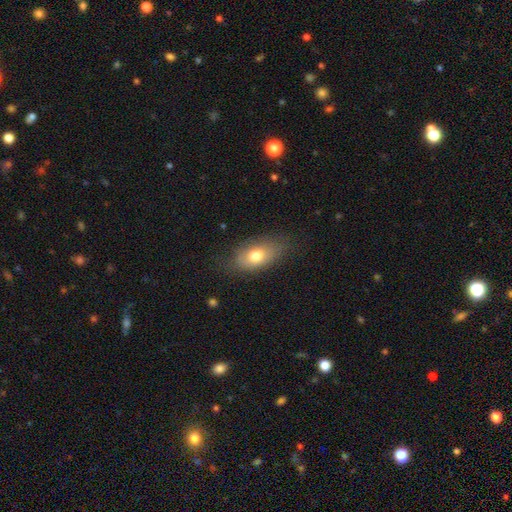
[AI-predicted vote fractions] This is likely a smooth galaxy (74%). How rounded: clearly in between (87%). Merging: likely none (73%).